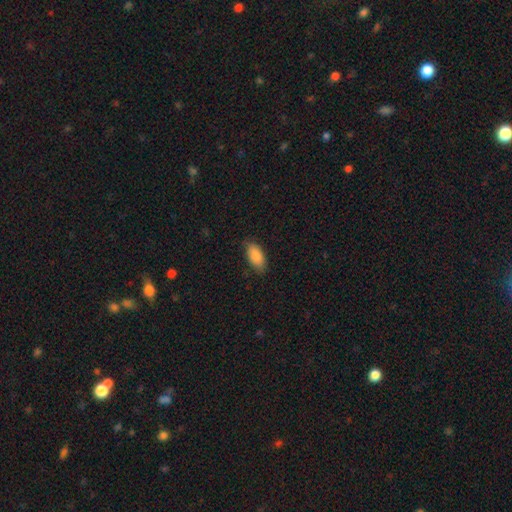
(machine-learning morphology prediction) Smooth or featured? Predicted: smooth (p=0.88). How rounded? Predicted: in between (p=0.91). Merging? Predicted: none (p=0.81).